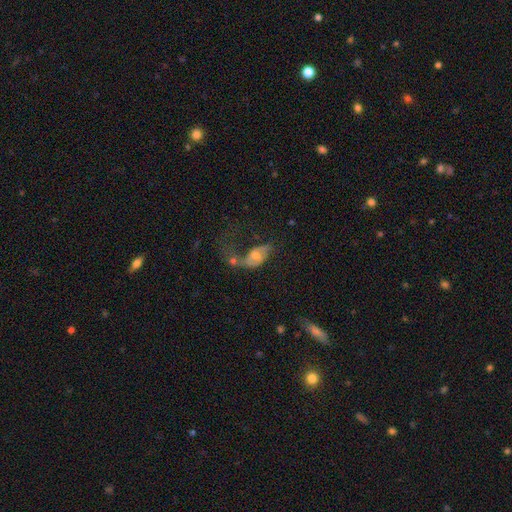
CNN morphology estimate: A featured or disk galaxy (50%). Merging: major disturbance (46%).